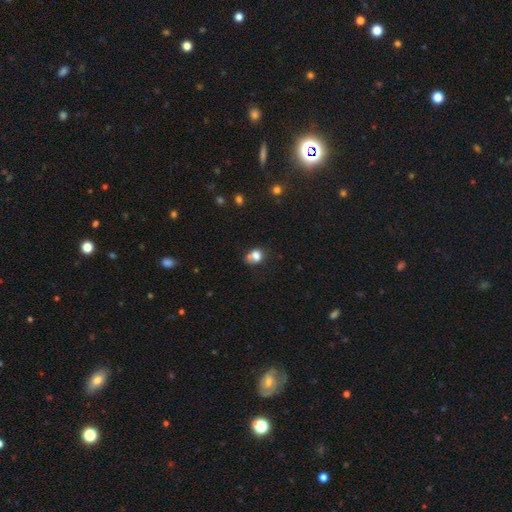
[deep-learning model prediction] This is likely a smooth galaxy (75%). How rounded: possibly round (55%). Merging: marginally none (40%).